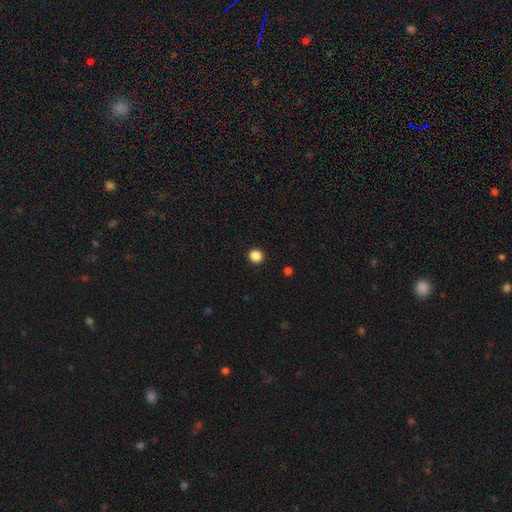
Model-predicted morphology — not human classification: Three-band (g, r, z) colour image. It shows a smooth galaxy with no disk features (86%) that is round (94%). Merging: none (93%).